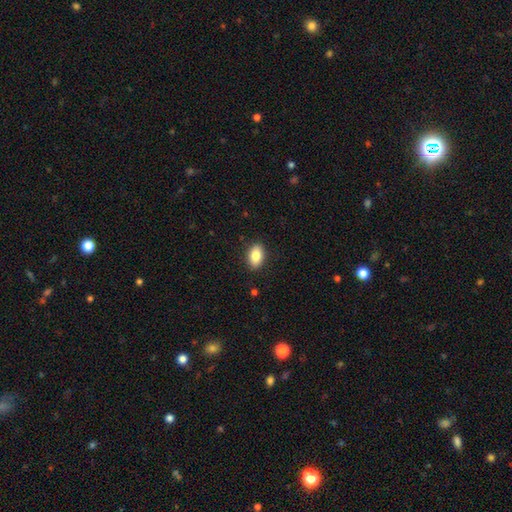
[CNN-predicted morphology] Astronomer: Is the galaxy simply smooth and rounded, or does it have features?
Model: smooth — 84%.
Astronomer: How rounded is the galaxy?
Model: in between — 89%.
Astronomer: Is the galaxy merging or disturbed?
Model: none — 89%.